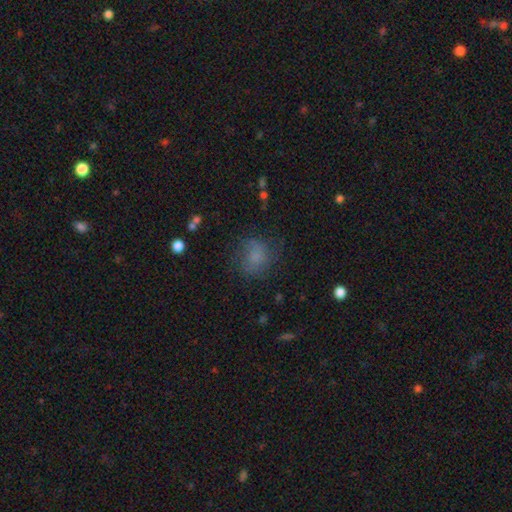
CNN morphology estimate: smooth 70%, featured or disk 16%, star or artifact 14%. Down the decision tree: how rounded — round (72%); merging — none (66%).